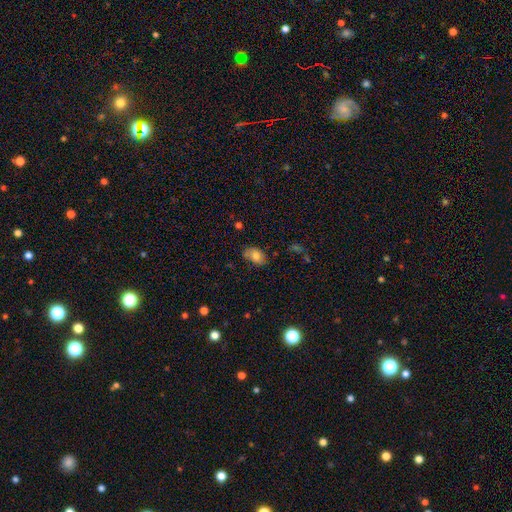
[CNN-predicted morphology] type=smooth (78%); roundness=in between (87%); merging=none (70%).